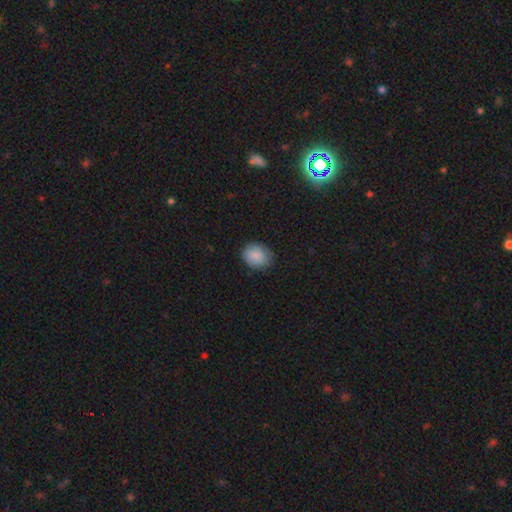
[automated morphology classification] smooth 88%, star or artifact 7%, featured or disk 5%. Down the decision tree: how rounded — in between (54%); merging — none (83%).